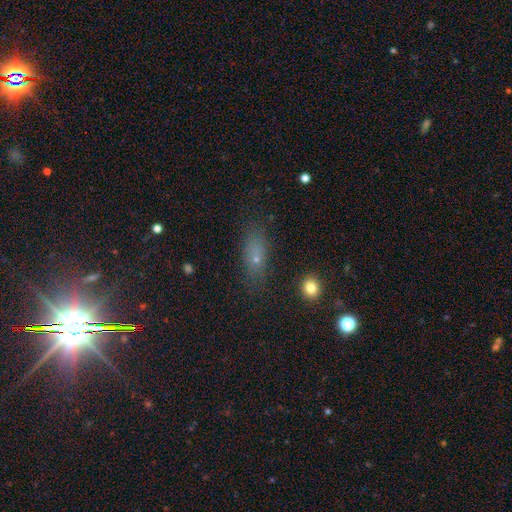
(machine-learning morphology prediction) This is likely a smooth galaxy (63%). How rounded: likely in between (64%). Merging: likely none (74%).